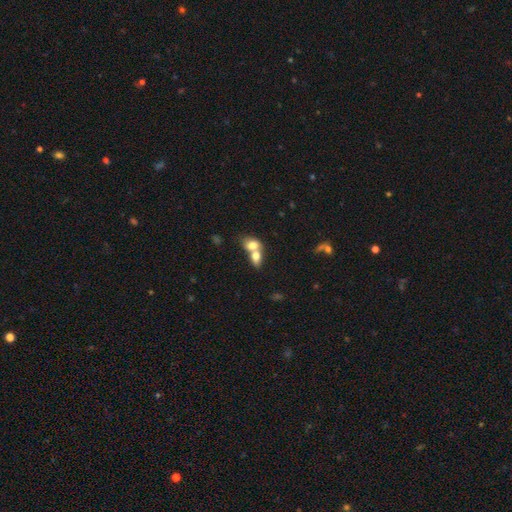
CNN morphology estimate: smooth-or-featured: smooth: 73% | featured or disk: 19% | star or artifact: 8%
  how-rounded: in between: 72% | round: 26% | cigar-shaped: 3%
  merging: merger: 77% | none: 15% | minor disturbance: 5% | major disturbance: 3%